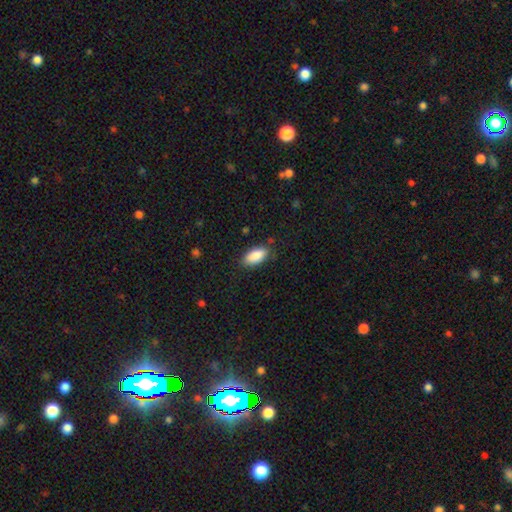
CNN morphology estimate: Smooth or featured? smooth (89%)
How rounded? in between (91%)
Merging? none (83%)